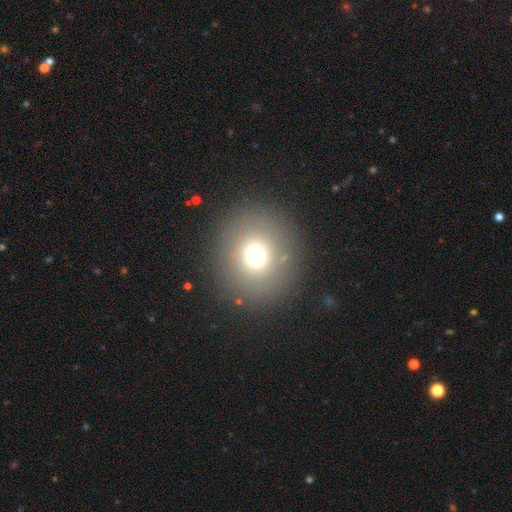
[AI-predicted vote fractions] Smooth or featured? Predicted: smooth (p=0.67). How rounded? Predicted: round (p=0.85). Merging? Predicted: none (p=0.86).